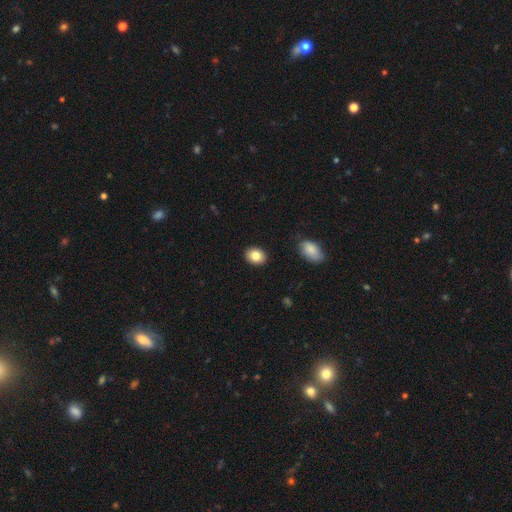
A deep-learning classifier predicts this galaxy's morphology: The model was most divided on "how rounded": in between: 51%, round: 48%, cigar-shaped: 1%. More confident: merging — none (90%); smooth or featured — smooth (84%).